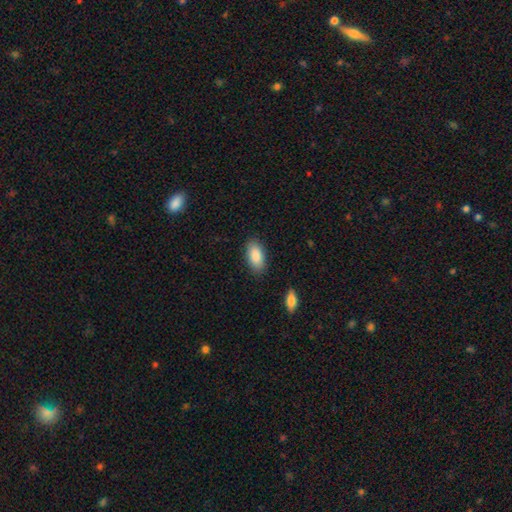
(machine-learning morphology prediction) Overall: smooth (88%). How rounded: in between (92%). Merging: none (87%).